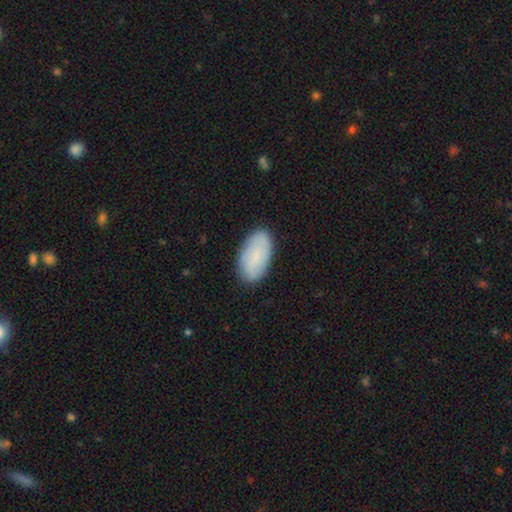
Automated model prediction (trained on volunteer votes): Smooth or featured: smooth — 71% (featured or disk — 22%)
How rounded: in between — 94% (round — 3%)
Merging: none — 84% (minor disturbance — 12%)